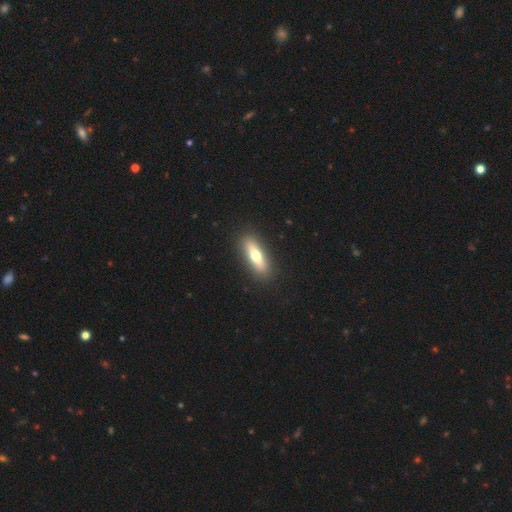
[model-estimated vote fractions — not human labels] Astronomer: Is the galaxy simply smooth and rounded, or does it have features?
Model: smooth — 57% (runner-up: featured or disk, 36%).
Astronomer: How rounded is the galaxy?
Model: cigar-shaped — 59% (runner-up: in between, 39%).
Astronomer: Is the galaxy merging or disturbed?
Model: none — 89%.